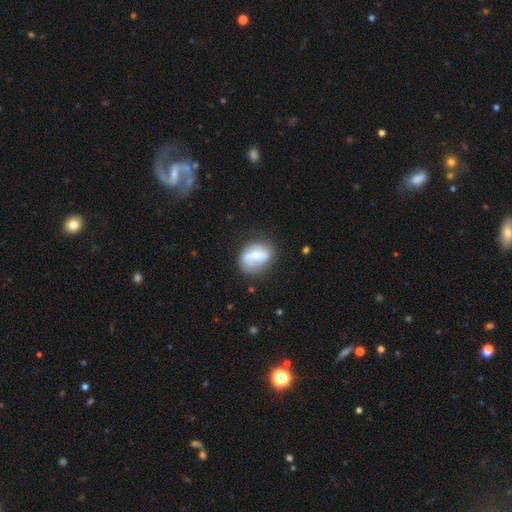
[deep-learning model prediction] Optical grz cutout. It shows a featured or disk galaxy (52%). Merging: none (64%).